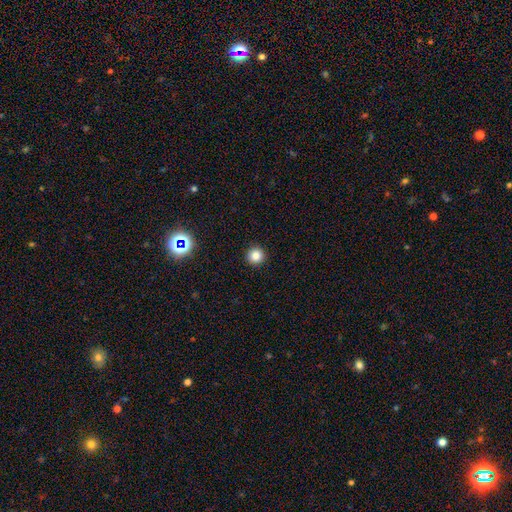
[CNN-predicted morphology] Smooth or featured? Predicted: smooth (p=0.81). How rounded? Predicted: round (p=0.96). Merging? Predicted: none (p=0.93).